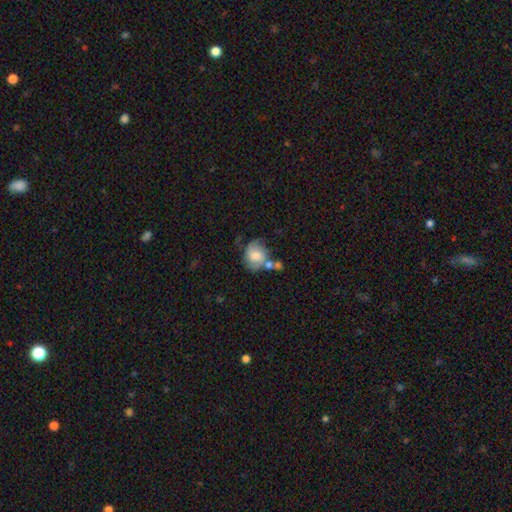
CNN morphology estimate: smooth_or_featured: smooth (p=0.57) [alt: featured or disk p=0.35]
how_rounded: round (p=0.61) [alt: in between p=0.38]
merging: none (p=0.42) [alt: minor disturbance p=0.24]